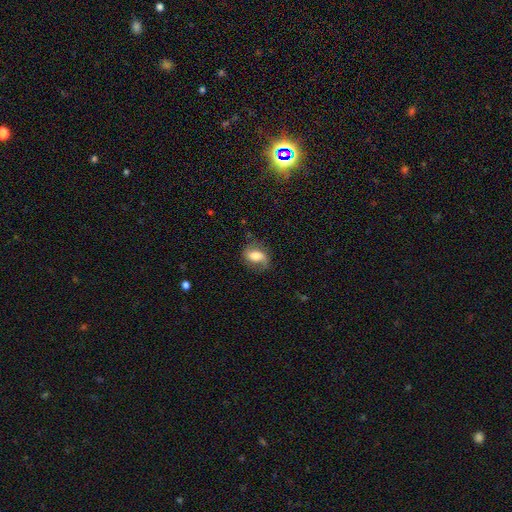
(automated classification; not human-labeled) smooth-or-featured: featured or disk: 48% | smooth: 43% | star or artifact: 9%
  merging: none: 63% | minor disturbance: 23% | major disturbance: 12% | merger: 2%